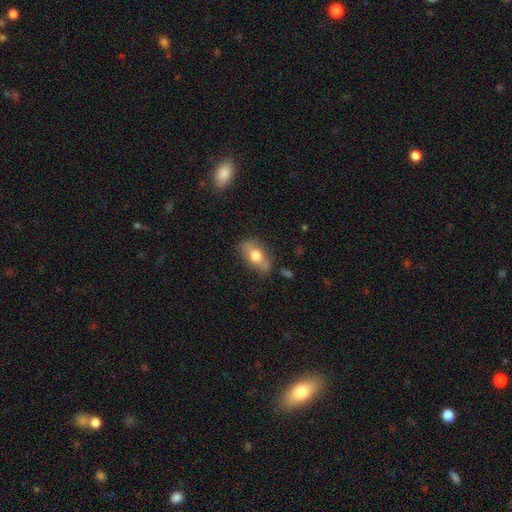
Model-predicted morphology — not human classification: Smooth or featured? Predicted: smooth (p=0.62). How rounded? Predicted: in between (p=0.86). Merging? Predicted: none (p=0.73).